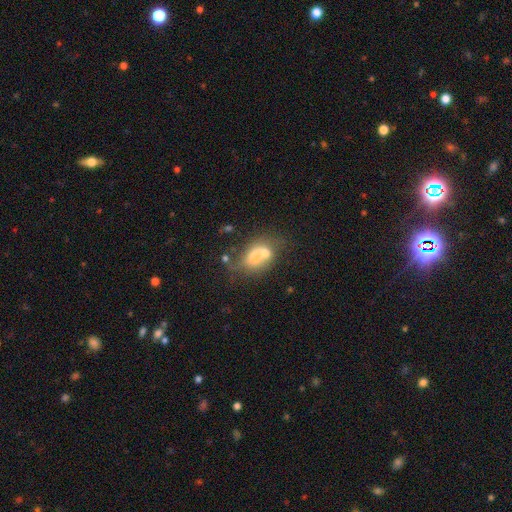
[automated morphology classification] smooth-or-featured: smooth: 61% | featured or disk: 26% | star or artifact: 12%
  how-rounded: in between: 69% | round: 29% | cigar-shaped: 3%
  merging: merger: 47% | none: 28% | minor disturbance: 14% | major disturbance: 10%